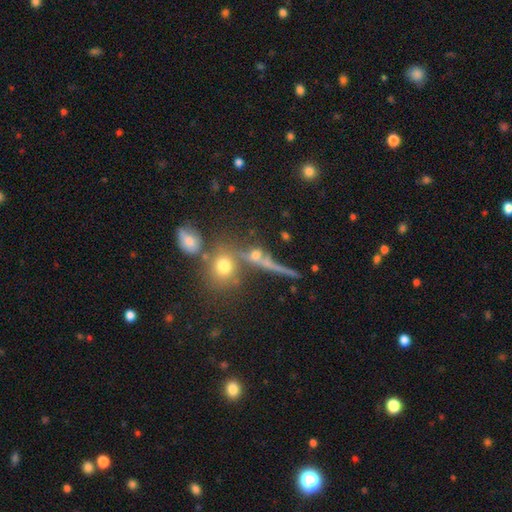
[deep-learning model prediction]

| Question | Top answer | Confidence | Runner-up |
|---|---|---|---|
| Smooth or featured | smooth | 52% | featured or disk (26%) |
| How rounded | round | 57% | cigar-shaped (23%) |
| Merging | none | 55% | merger (25%) |